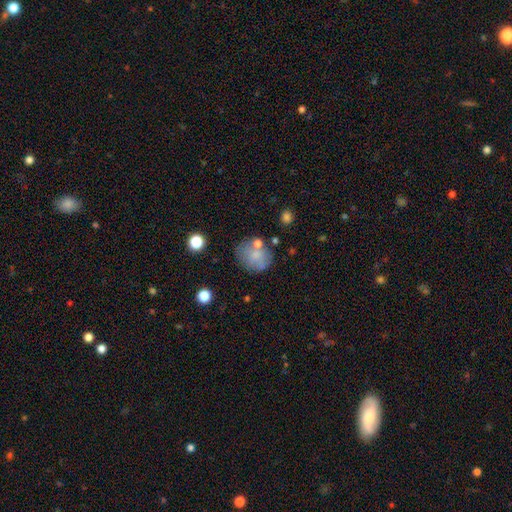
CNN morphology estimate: smooth-or-featured: smooth: 70% | featured or disk: 19% | star or artifact: 11%
  how-rounded: round: 71% | in between: 29% | cigar-shaped: 1%
  merging: none: 60% | minor disturbance: 20% | merger: 11% | major disturbance: 9%